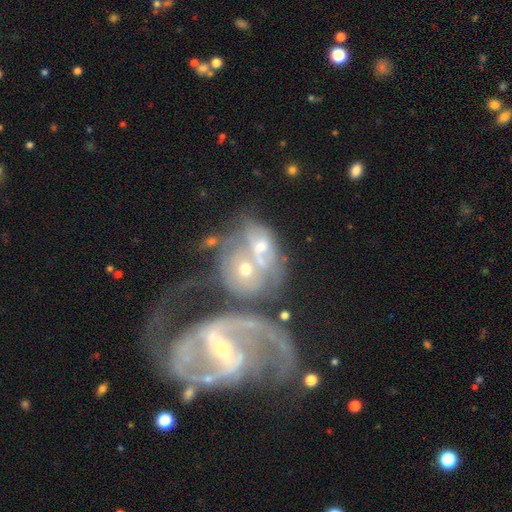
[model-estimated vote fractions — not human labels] This is likely a featured or disk galaxy (73%). It is clearly not viewed edge-on (96%). Bar: marginally no (40%). Spiral arm pattern: likely yes (77%). Spiral arm count: likely 2 (68%). Spiral winding: marginally medium (41%). Central bulge: possibly small (56%). Merging: possibly merger (59%).